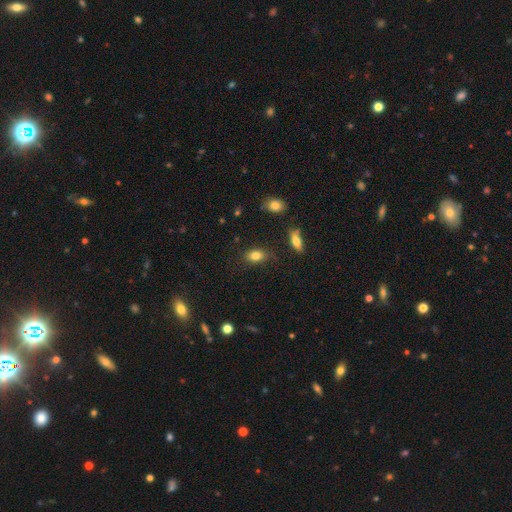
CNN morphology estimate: smooth_or_featured: smooth (p=0.82) [alt: star or artifact p=0.10]
how_rounded: in between (p=0.82) [alt: round p=0.15]
merging: none (p=0.80) [alt: minor disturbance p=0.14]